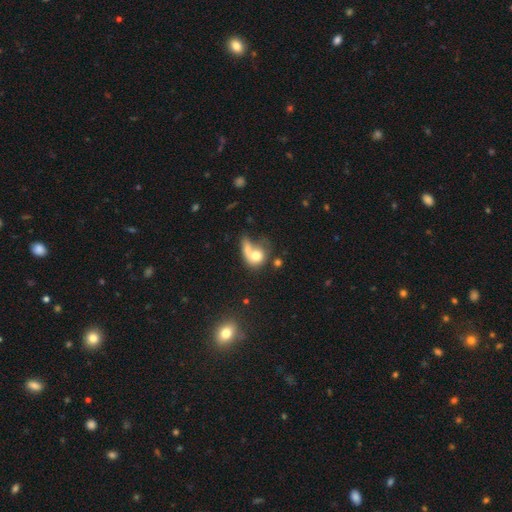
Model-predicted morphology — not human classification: smooth 68%, featured or disk 22%, star or artifact 10%. Down the decision tree: how rounded — round (61%); merging — merger (52%).